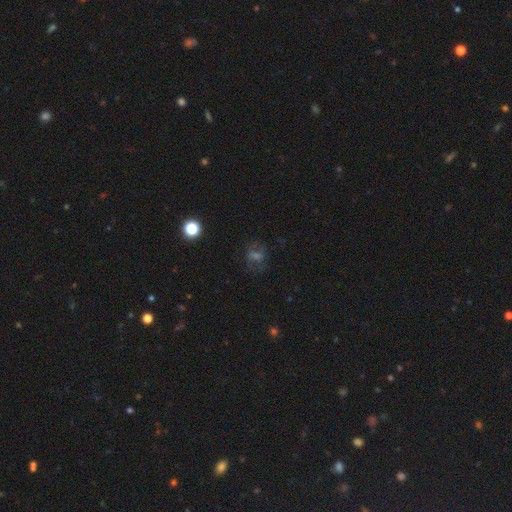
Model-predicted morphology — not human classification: Smooth or featured? Predicted: featured or disk (p=0.34, tied with smooth). Merging? Predicted: none (p=0.72).